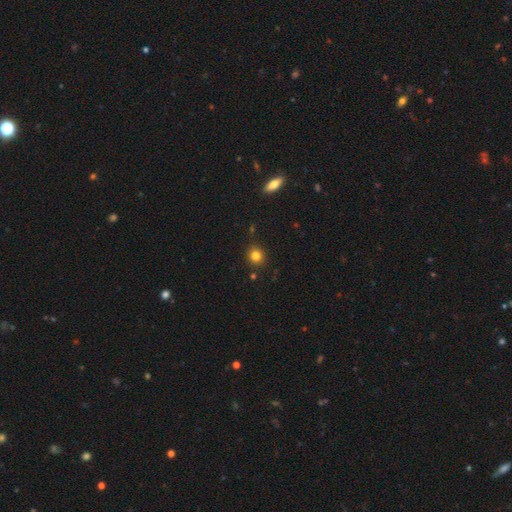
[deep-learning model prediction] Q: Smooth or featured?
A: smooth (82%); runner-up: star or artifact (13%)
Q: How rounded?
A: round (88%); runner-up: in between (11%)
Q: Merging?
A: none (87%); runner-up: minor disturbance (8%)